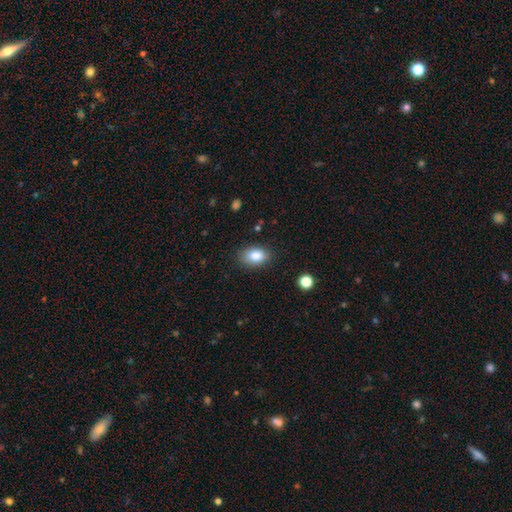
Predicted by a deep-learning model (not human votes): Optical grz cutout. It shows a smooth galaxy with no disk features (84%) that is in between round and cigar-shaped (85%). Merging: none (83%).